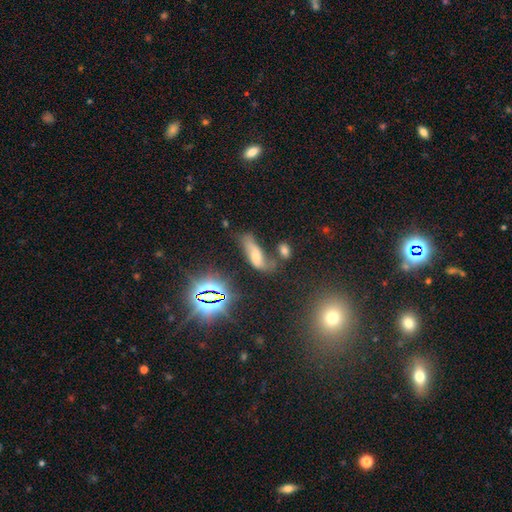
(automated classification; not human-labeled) smooth-or-featured: smooth: 51% | featured or disk: 28% | star or artifact: 22%
  how-rounded: in between: 64% | cigar-shaped: 32% | round: 4%
  merging: none: 34% | merger: 25% | minor disturbance: 22% | major disturbance: 19%